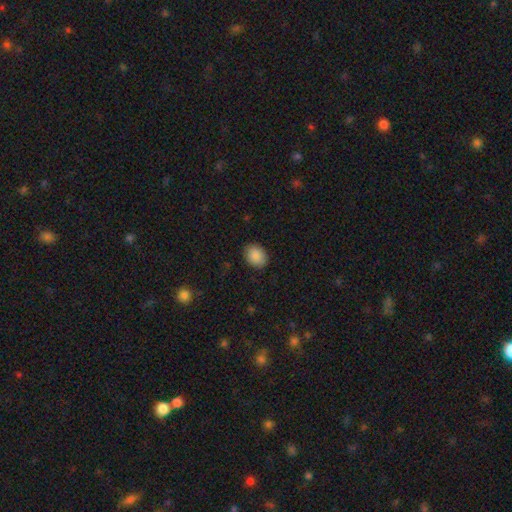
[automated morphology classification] smooth_or_featured: smooth (p=0.89) [alt: star or artifact p=0.07]
how_rounded: in between (p=0.61) [alt: round p=0.39]
merging: none (p=0.88) [alt: minor disturbance p=0.09]